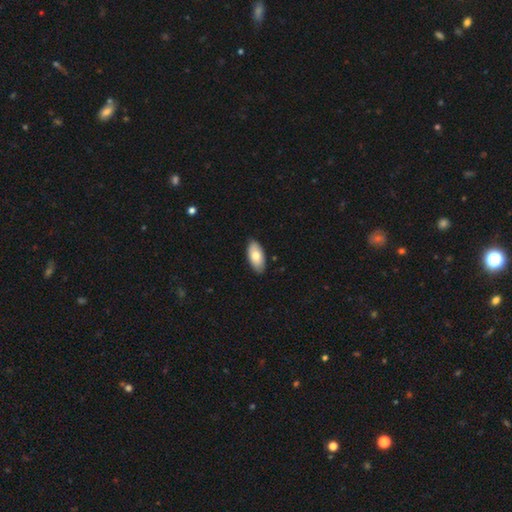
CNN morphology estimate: smooth_or_featured: smooth (p=0.75) [alt: featured or disk p=0.19]
how_rounded: in between (p=0.93) [alt: cigar-shaped p=0.04]
merging: none (p=0.87) [alt: minor disturbance p=0.10]